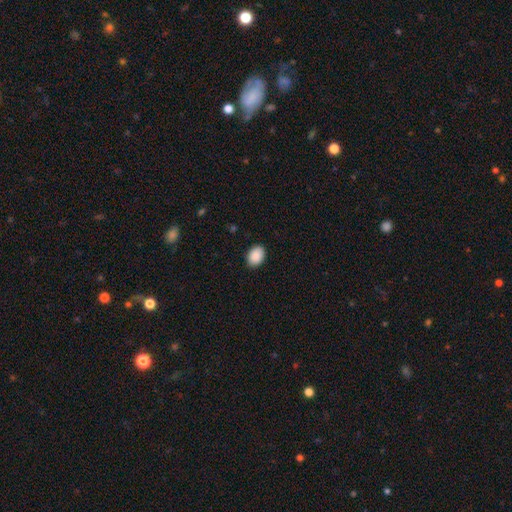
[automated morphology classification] Smooth or featured? Predicted: smooth (p=0.90). How rounded? Predicted: in between (p=0.76). Merging? Predicted: none (p=0.88).